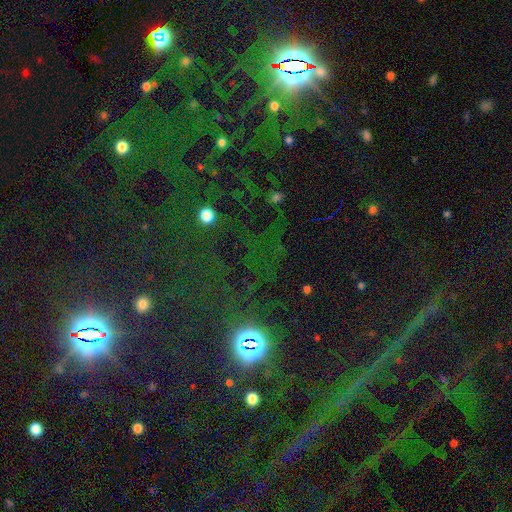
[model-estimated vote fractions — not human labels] smooth_or_featured: star or artifact (p=0.77) [alt: smooth p=0.14]